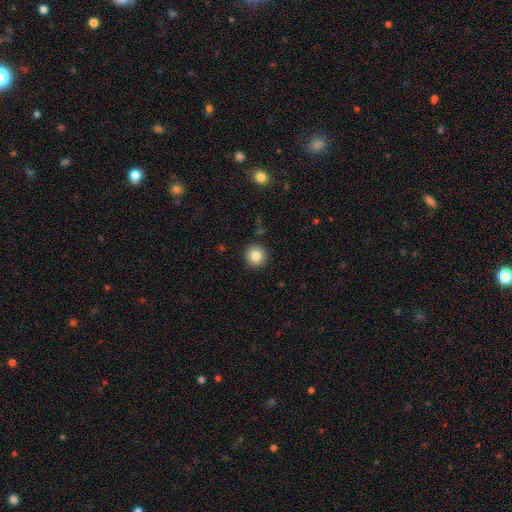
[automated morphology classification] This appears to be a smooth galaxy with no disk features (83%) that is round (94%). Merging: none (91%).